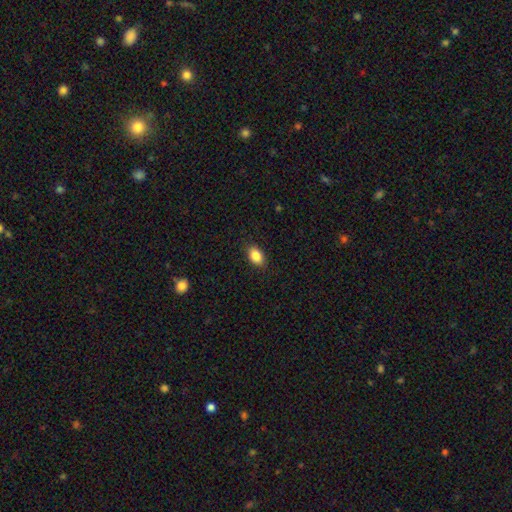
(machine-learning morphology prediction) smooth-or-featured: smooth: 87% | star or artifact: 8% | featured or disk: 5%
  how-rounded: in between: 87% | round: 11% | cigar-shaped: 2%
  merging: none: 87% | minor disturbance: 10% | major disturbance: 2% | merger: 1%